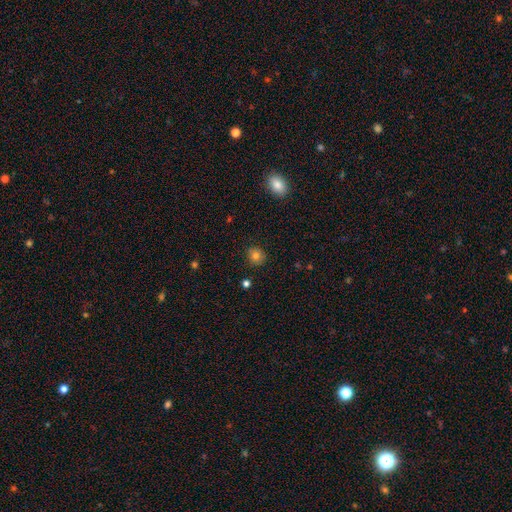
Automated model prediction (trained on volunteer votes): A smooth galaxy with no disk features (80%) that is round (83%). Merging: none (87%).